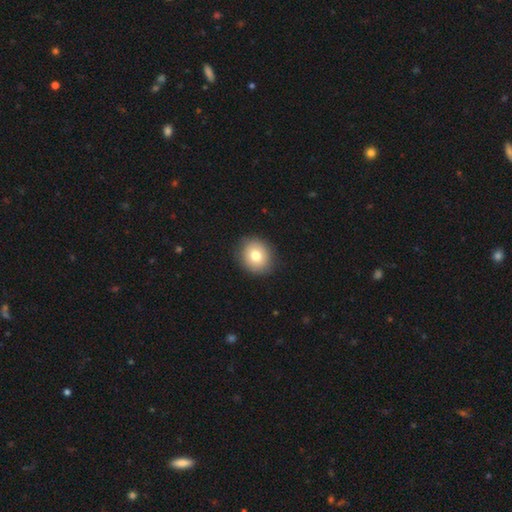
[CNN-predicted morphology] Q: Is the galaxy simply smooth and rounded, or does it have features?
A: smooth — 78%.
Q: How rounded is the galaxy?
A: round — 76%.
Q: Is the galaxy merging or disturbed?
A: none — 89%.